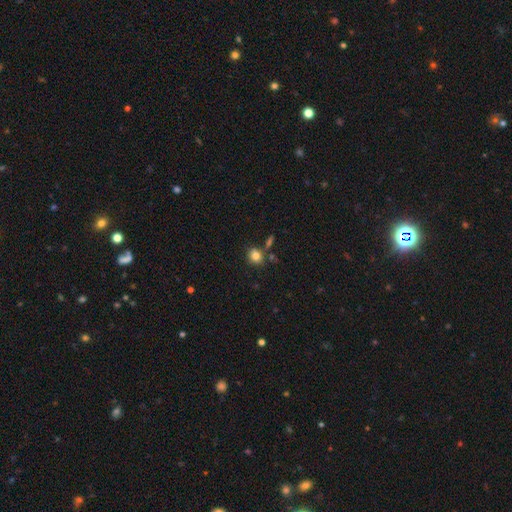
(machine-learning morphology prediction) Q: Smooth or featured?
A: smooth (82%); runner-up: star or artifact (11%)
Q: How rounded?
A: round (64%); runner-up: in between (35%)
Q: Merging?
A: none (73%); runner-up: minor disturbance (12%)